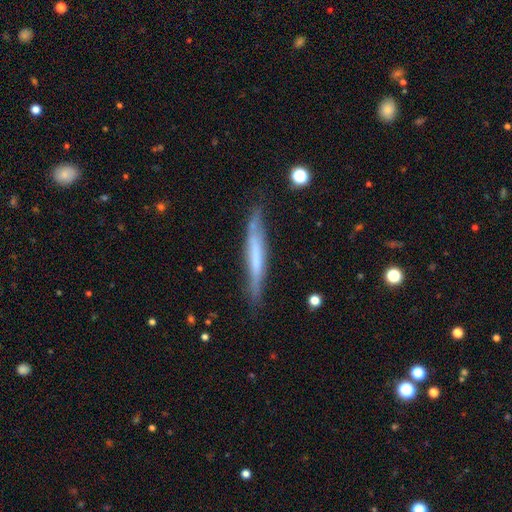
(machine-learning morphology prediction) This appears to be a featured or disk galaxy (50%) viewed edge-on (88%). Merging: none (74%).